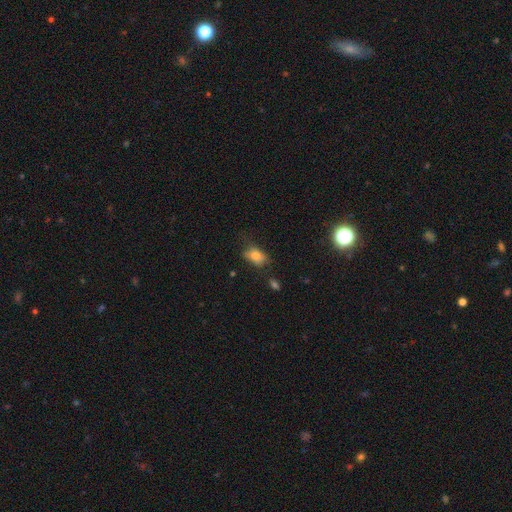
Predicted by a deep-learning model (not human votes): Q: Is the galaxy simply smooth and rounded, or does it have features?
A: smooth — 78%.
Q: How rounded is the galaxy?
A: in between — 81%.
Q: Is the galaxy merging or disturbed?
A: none — 60%.